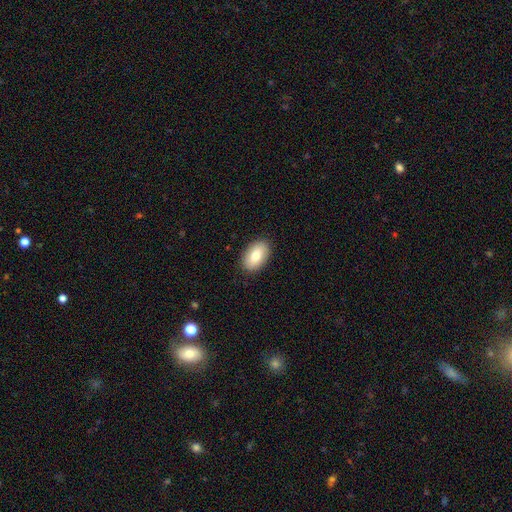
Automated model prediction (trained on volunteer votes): Smooth or featured? Predicted: smooth (p=0.81). How rounded? Predicted: in between (p=0.92). Merging? Predicted: none (p=0.88).